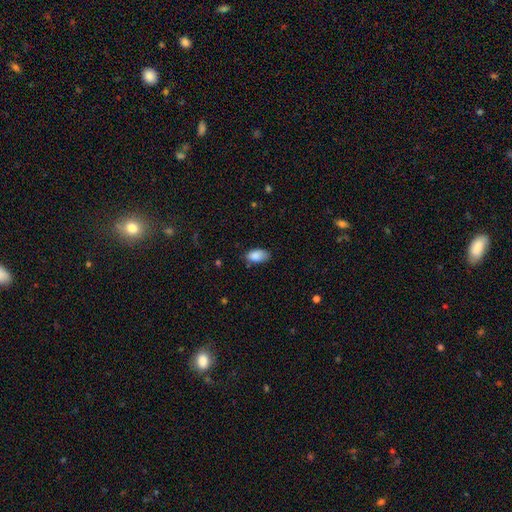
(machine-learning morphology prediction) A smooth galaxy with no disk features (87%) that is in between round and cigar-shaped (93%). Merging: none (69%).